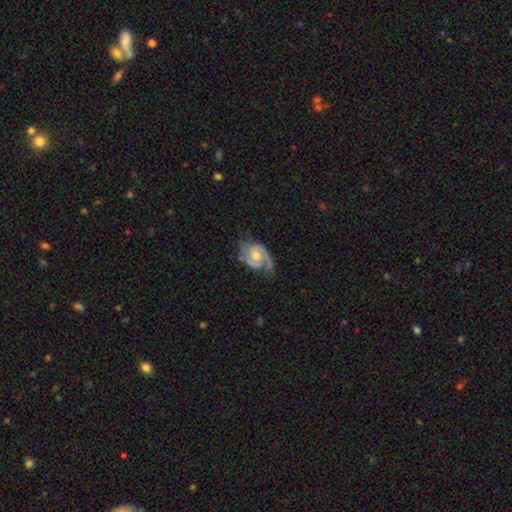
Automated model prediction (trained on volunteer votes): The model was most divided on "bulge size": moderate: 50%, small: 34%, none: 8%, large: 7%, dominant: 1%. Remaining: edge-on disk — no (97%); spiral arms — yes (95%); smooth or featured — featured or disk (82%); spiral arm count — 2 (80%); bar — no (59%); merging — none (57%); spiral winding — medium (49%).